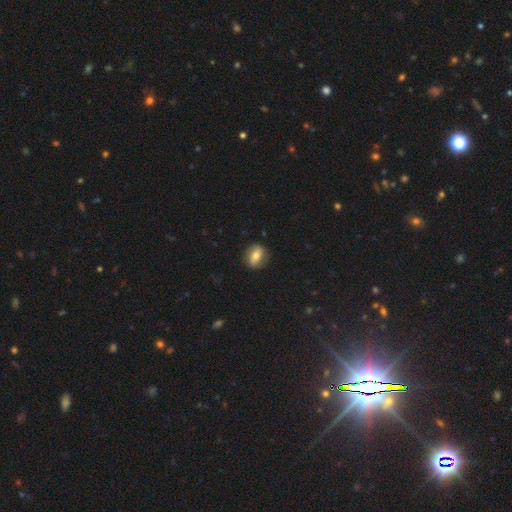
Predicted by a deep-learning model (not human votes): This is likely a smooth galaxy (60%). How rounded: possibly in between (58%). Merging: clearly none (84%).